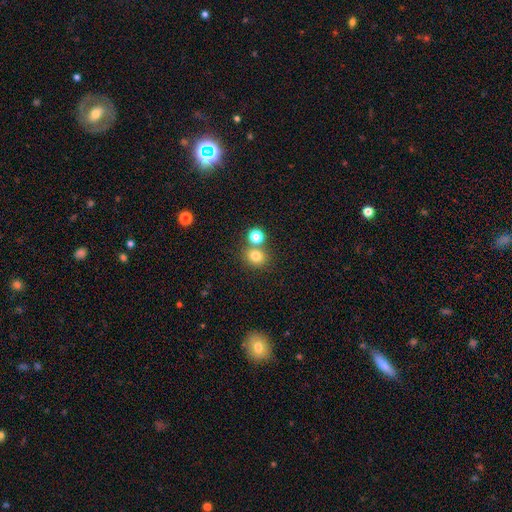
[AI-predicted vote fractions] A smooth galaxy with no disk features (78%) that is round (76%).

Vote fractions:
- Smooth or featured? smooth: 78% / star or artifact: 15% / featured or disk: 7%
- How rounded? round: 76% / in between: 23% / cigar-shaped: 1%
- Merging? none: 62% / merger: 26% / minor disturbance: 8% / major disturbance: 3%